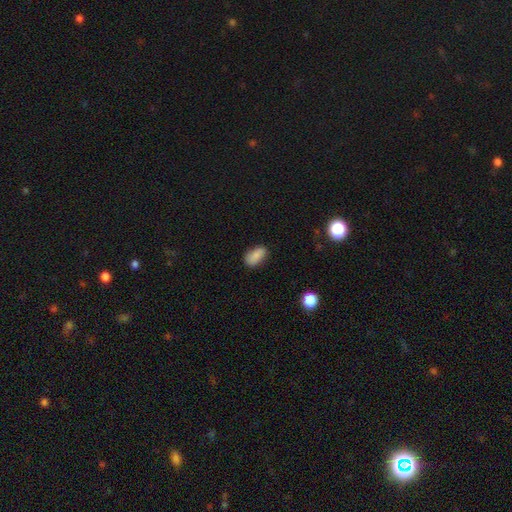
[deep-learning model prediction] A smooth galaxy with no disk features (85%) that is in between round and cigar-shaped (91%). Merging: none (80%).